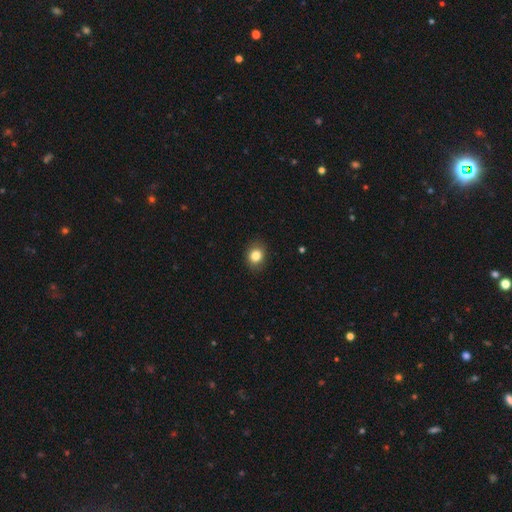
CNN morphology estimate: type=smooth (83%); roundness=round (58%); merging=none (87%).